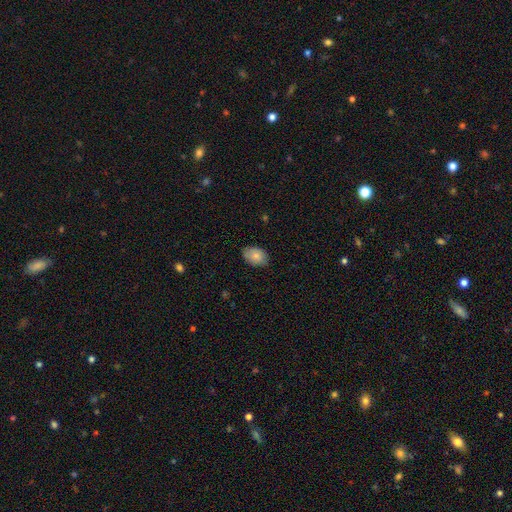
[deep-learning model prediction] Smooth or featured? smooth (83%)
How rounded? in between (83%)
Merging? none (80%)